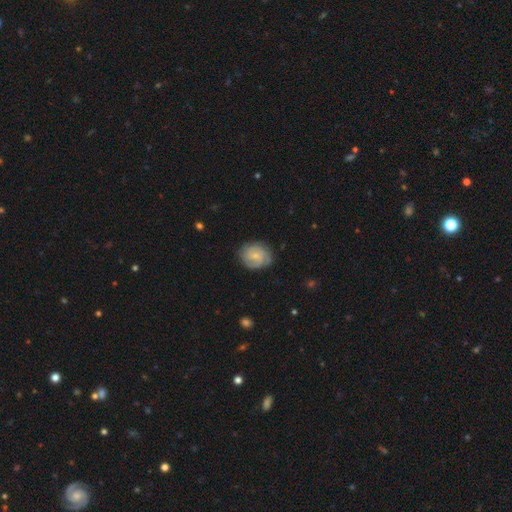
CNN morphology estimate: The model was most divided on "smooth or featured": featured or disk: 56%, smooth: 37%, star or artifact: 7%. More confident: edge-on disk — no (98%); spiral arms — yes (89%); merging — none (73%); bulge size — small (66%); bar — no (59%).